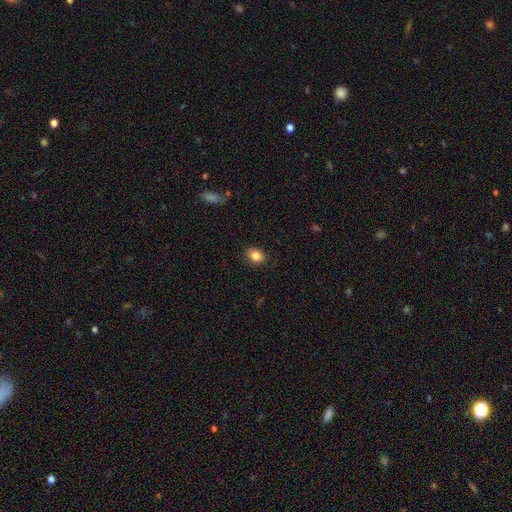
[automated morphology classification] Smooth or featured?
  - smooth: 85% *
  - star or artifact: 10%
  - featured or disk: 6%
How rounded?
  - in between: 51% *
  - round: 48%
  - cigar-shaped: 1%
Merging?
  - none: 88% *
  - minor disturbance: 9%
  - major disturbance: 2%
  - merger: 1%